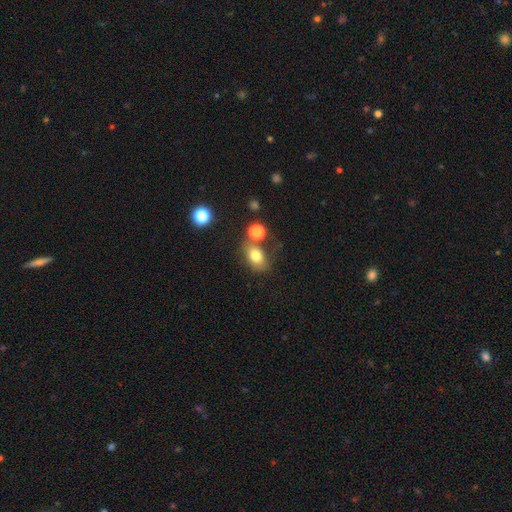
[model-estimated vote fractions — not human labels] Q: Smooth or featured?
A: smooth (78%); runner-up: star or artifact (11%)
Q: How rounded?
A: in between (72%); runner-up: round (26%)
Q: Merging?
A: none (60%); runner-up: minor disturbance (17%)